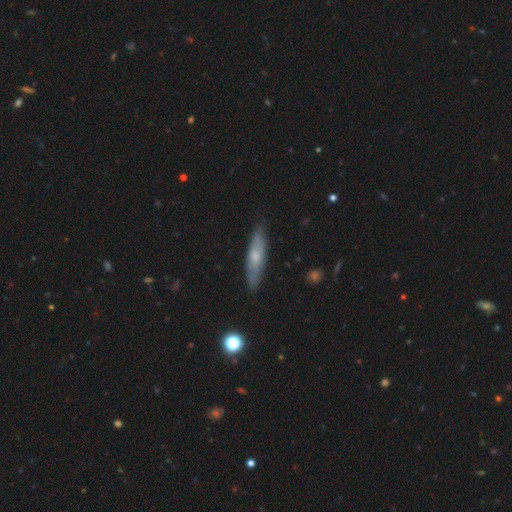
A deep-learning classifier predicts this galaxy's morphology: Smooth or featured?
  - smooth: 50% *
  - featured or disk: 43%
  - star or artifact: 7%
How rounded?
  - cigar-shaped: 75% *
  - in between: 23%
  - round: 2%
Merging?
  - none: 83% *
  - minor disturbance: 14%
  - major disturbance: 2%
  - merger: 1%